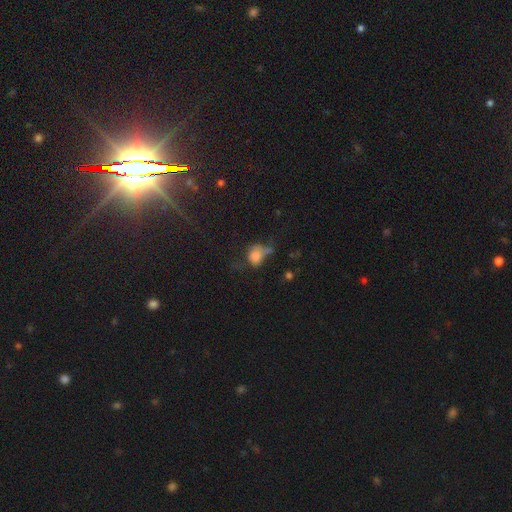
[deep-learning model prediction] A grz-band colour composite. It shows a smooth galaxy with no disk features (68%) that is round (51%). Merging: major disturbance (31%).